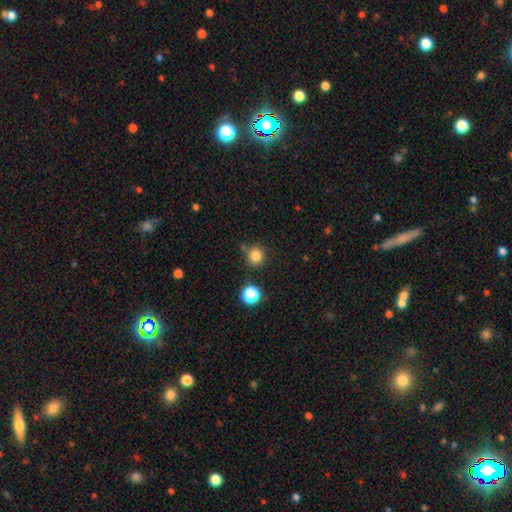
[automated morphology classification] smooth 82%, star or artifact 13%, featured or disk 5%. Down the decision tree: how rounded — round (92%); merging — none (79%).